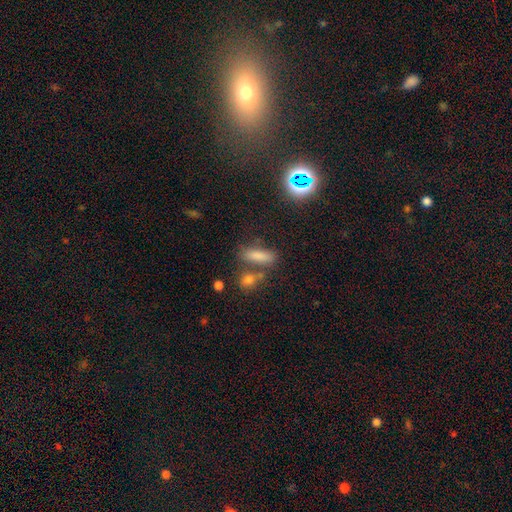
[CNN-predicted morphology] type=smooth (69%); roundness=cigar-shaped (49%); merging=none (64%).